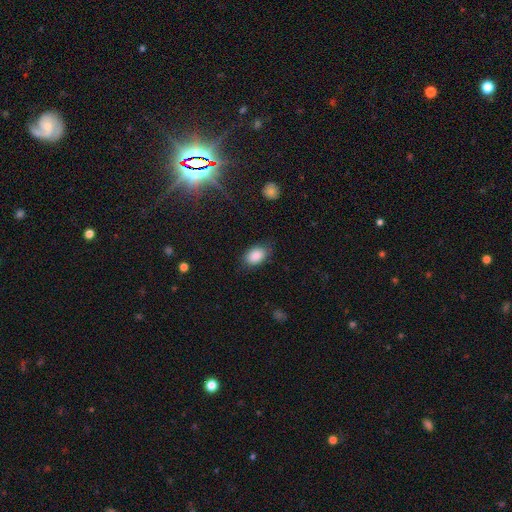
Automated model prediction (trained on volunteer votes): Smooth or featured? Predicted: smooth (p=0.87). How rounded? Predicted: in between (p=0.87). Merging? Predicted: none (p=0.78).